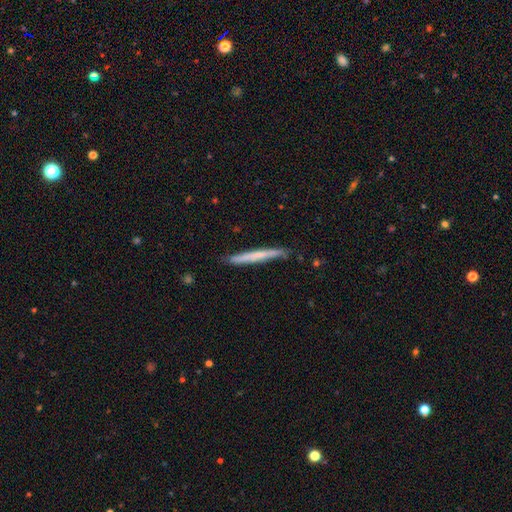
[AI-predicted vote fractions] smooth-or-featured: smooth: 53% | featured or disk: 42% | star or artifact: 6%
  how-rounded: cigar-shaped: 97% | in between: 2% | round: 1%
  merging: none: 86% | minor disturbance: 11% | major disturbance: 2% | merger: 1%